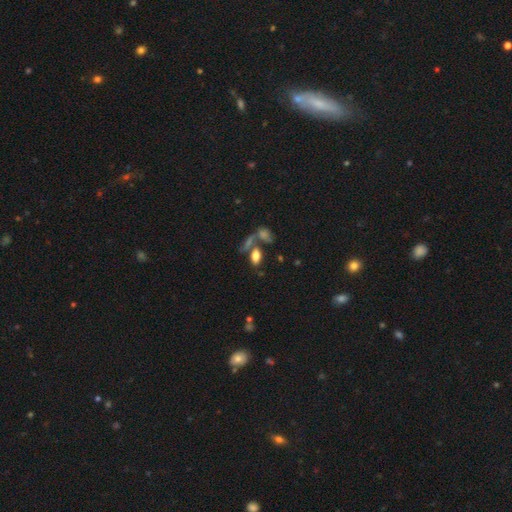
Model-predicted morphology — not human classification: The model was most divided on "merging": none: 53%, merger: 31%, minor disturbance: 10%, major disturbance: 6%. More confident: how rounded — in between (87%); smooth or featured — smooth (74%).